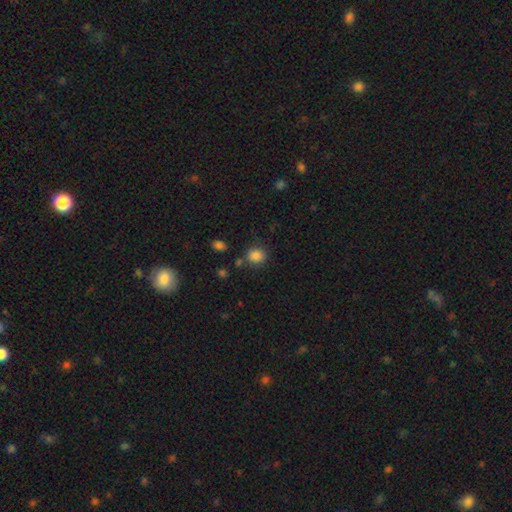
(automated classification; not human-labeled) A smooth galaxy with no disk features (85%) that is round (76%). Merging: none (78%).